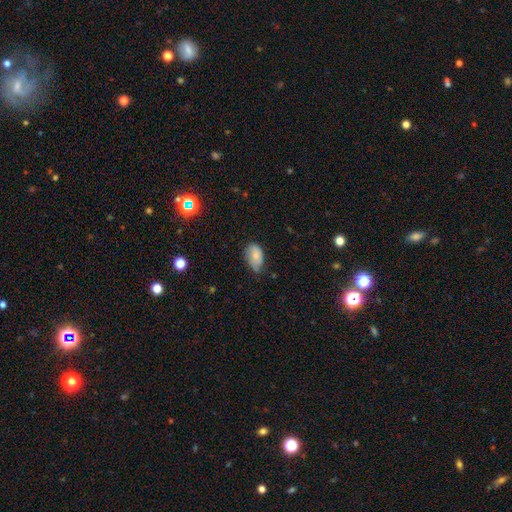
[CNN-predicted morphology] A smooth galaxy with no disk features (73%) that is in between round and cigar-shaped (89%).

Vote fractions:
- Smooth or featured? smooth: 73% / featured or disk: 19% / star or artifact: 8%
- How rounded? in between: 89% / round: 9% / cigar-shaped: 2%
- Merging? none: 47% / minor disturbance: 42% / major disturbance: 9% / merger: 2%